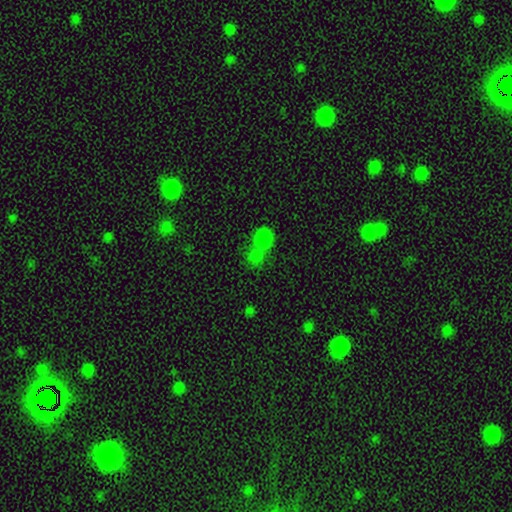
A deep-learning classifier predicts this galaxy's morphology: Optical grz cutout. It shows a smooth galaxy with no disk features (75%) that is round (69%). Merging: merger (45%).